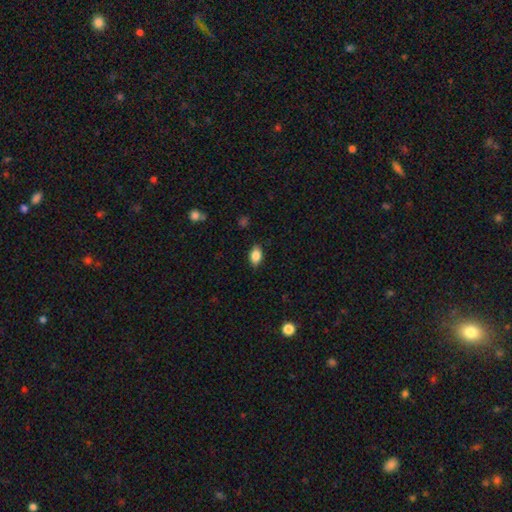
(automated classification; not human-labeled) smooth 84%, star or artifact 8%, featured or disk 7%. Down the decision tree: how rounded — in between (85%); merging — none (84%).